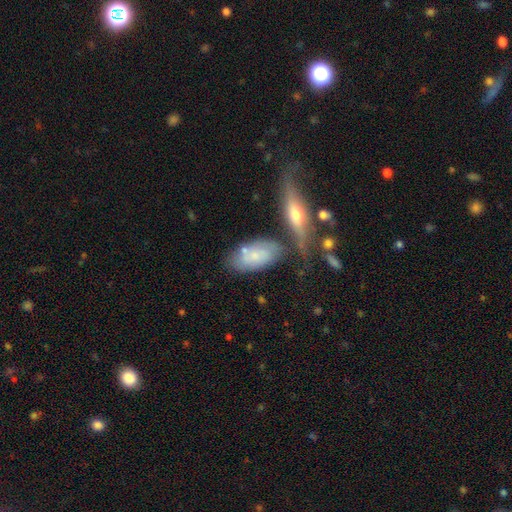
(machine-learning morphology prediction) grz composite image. It shows a smooth galaxy with no disk features (61%) that is in between round and cigar-shaped (89%). Merging: none (58%).